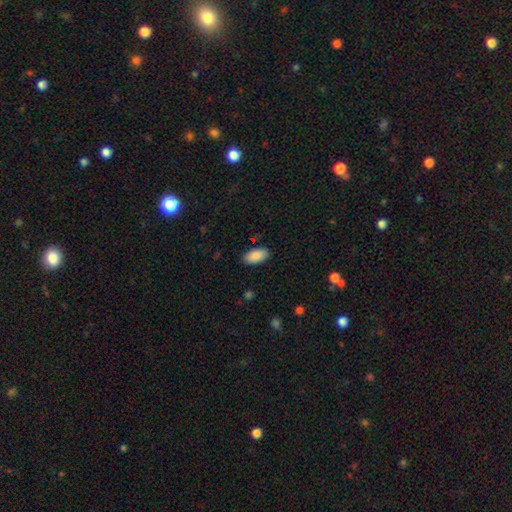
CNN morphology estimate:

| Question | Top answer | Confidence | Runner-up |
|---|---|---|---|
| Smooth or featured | smooth | 90% | star or artifact (6%) |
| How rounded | in between | 94% | cigar-shaped (3%) |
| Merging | none | 88% | minor disturbance (9%) |